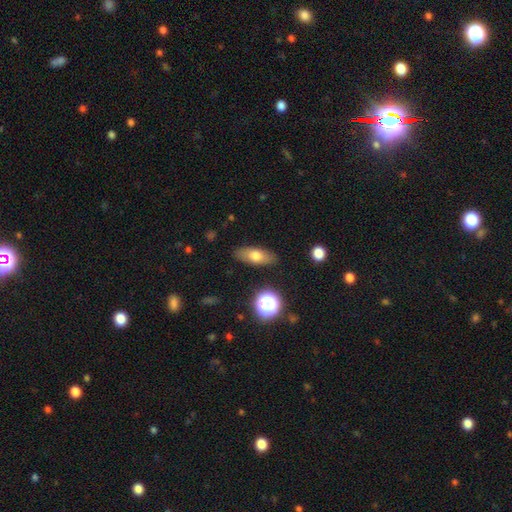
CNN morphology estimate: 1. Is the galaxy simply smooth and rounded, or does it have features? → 67% smooth, 24% featured or disk, 9% star or artifact.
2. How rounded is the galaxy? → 70% in between, 23% cigar-shaped, 7% round.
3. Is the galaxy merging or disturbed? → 85% none, 11% minor disturbance, 3% major disturbance, 2% merger.